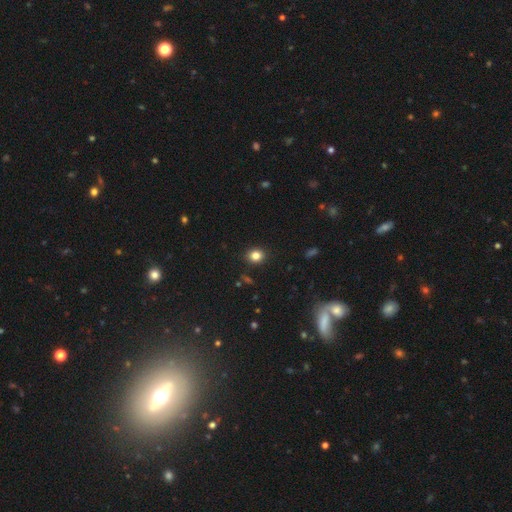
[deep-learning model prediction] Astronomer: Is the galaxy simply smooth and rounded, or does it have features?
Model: smooth — 83%.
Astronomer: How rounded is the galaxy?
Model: round — 66%.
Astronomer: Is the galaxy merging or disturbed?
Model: none — 90%.